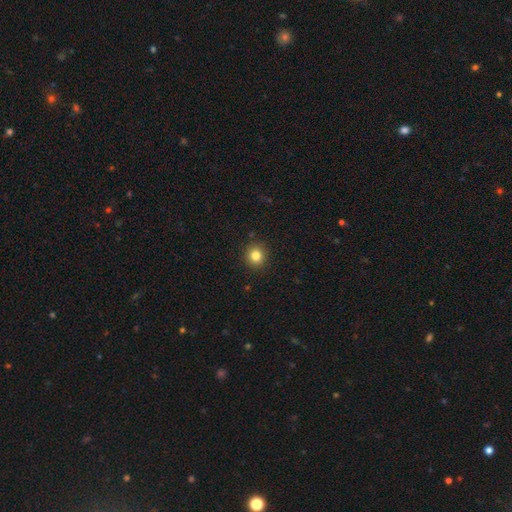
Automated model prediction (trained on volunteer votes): A smooth galaxy with no disk features (83%) that is round (89%).

Vote fractions:
- Smooth or featured? smooth: 83% / star or artifact: 12% / featured or disk: 6%
- How rounded? round: 89% / in between: 10% / cigar-shaped: 1%
- Merging? none: 91% / minor disturbance: 6% / major disturbance: 2% / merger: 1%